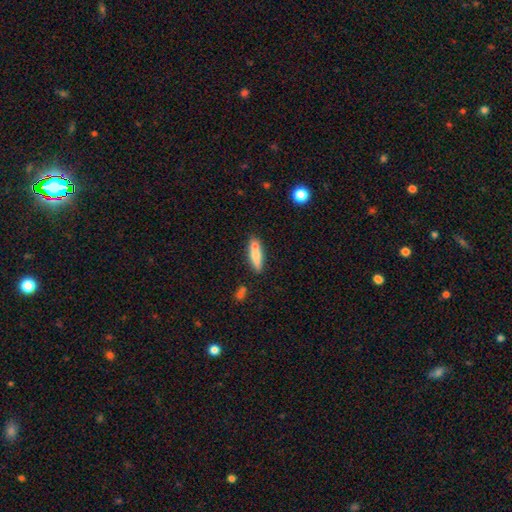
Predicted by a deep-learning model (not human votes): Smooth or featured? smooth (72%)
How rounded? cigar-shaped (66%)
Merging? none (62%)